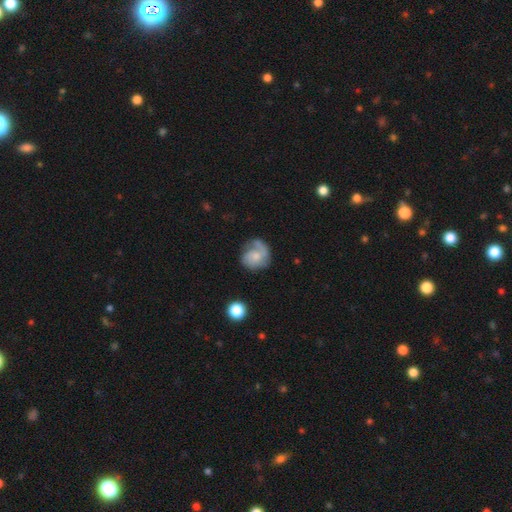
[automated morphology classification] Smooth or featured: featured or disk — 59% (smooth — 34%)
Edge-on disk: no — 98% (yes — 2%)
Bar: no — 74% (weak — 23%)
Spiral arms: yes — 86% (no — 14%)
Bulge size: small — 52% (moderate — 34%)
Merging: none — 52% (minor disturbance — 24%)